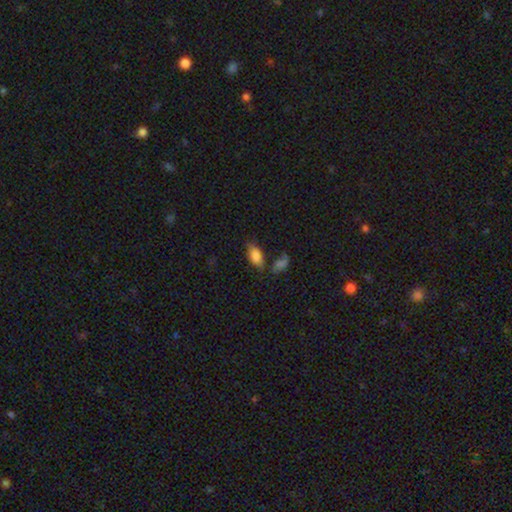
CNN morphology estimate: Q: Smooth or featured?
A: smooth (82%); runner-up: featured or disk (10%)
Q: How rounded?
A: in between (91%); runner-up: cigar-shaped (6%)
Q: Merging?
A: none (57%); runner-up: minor disturbance (21%)